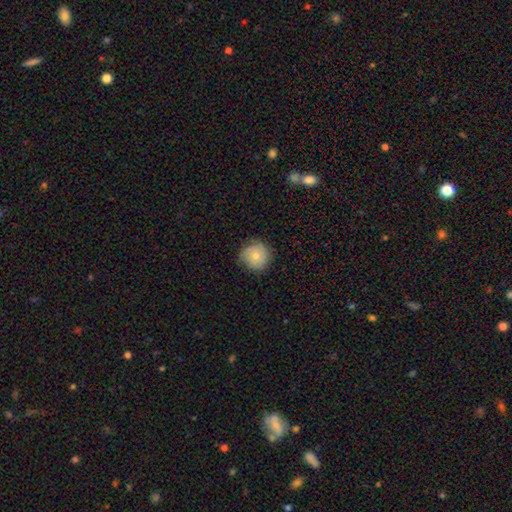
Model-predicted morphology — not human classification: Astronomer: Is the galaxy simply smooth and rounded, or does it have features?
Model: smooth — 75%.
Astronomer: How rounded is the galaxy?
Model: round — 93%.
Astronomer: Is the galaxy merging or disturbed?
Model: none — 74%.